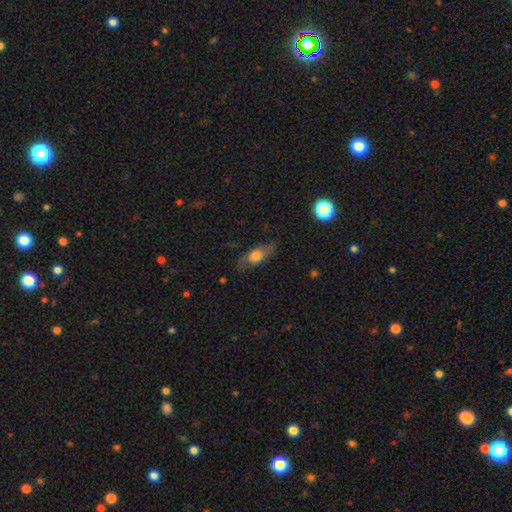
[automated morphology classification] smooth 64%, featured or disk 28%, star or artifact 8%. Down the decision tree: how rounded — in between (70%); merging — none (68%).